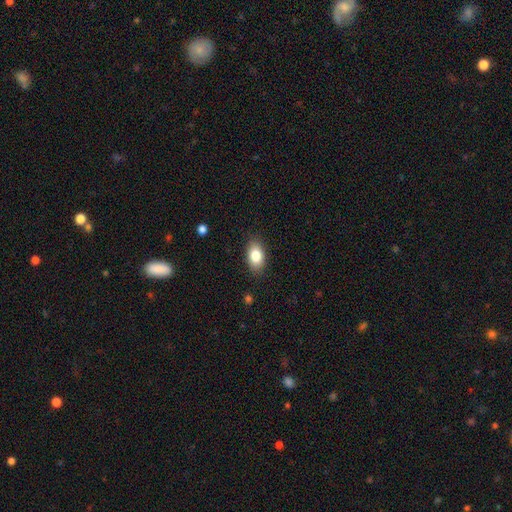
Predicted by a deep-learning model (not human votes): This appears to be a smooth galaxy with no disk features (83%) that is in between round and cigar-shaped (90%). Merging: none (86%).